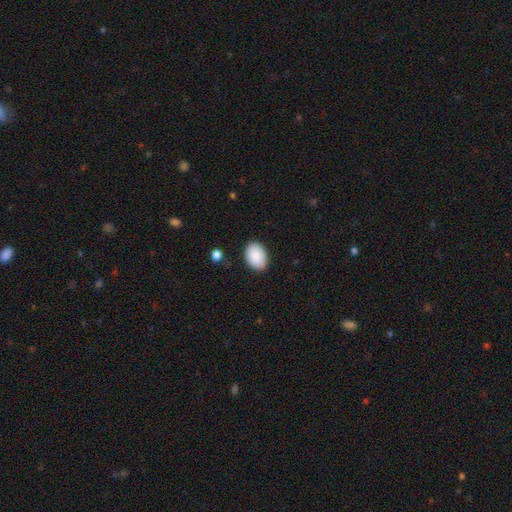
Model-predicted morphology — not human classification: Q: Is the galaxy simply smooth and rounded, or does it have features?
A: smooth — 90%.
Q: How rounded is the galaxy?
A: in between — 85%.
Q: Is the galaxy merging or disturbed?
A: none — 87%.